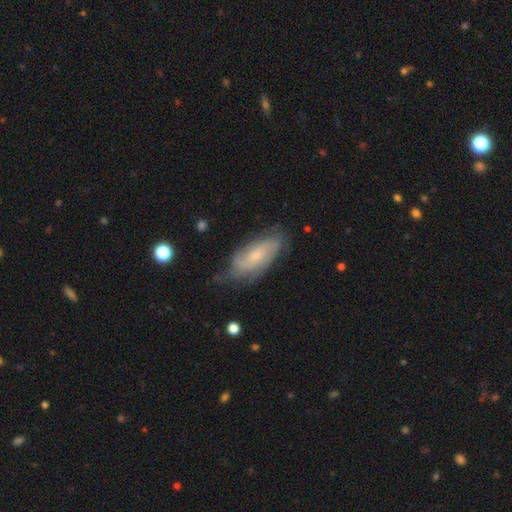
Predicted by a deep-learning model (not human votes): This appears to be a featured or disk galaxy (68%) with no bar (64%), 2 (42%) tight (41%) spiral arms (90%) and a small central bulge (66%). Merging: none (65%).